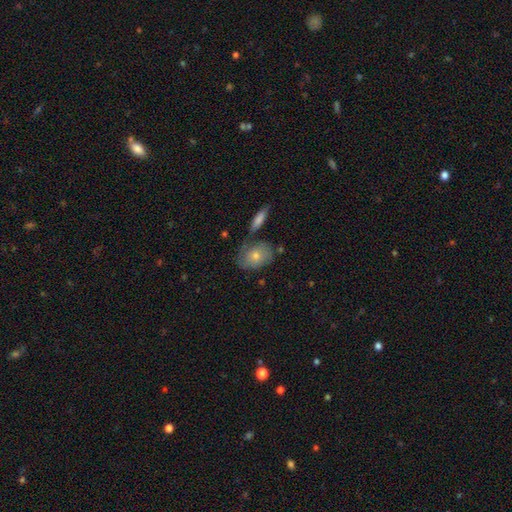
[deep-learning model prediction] smooth 52%, featured or disk 38%, star or artifact 10%. Down the decision tree: how rounded — in between (68%); merging — none (62%).